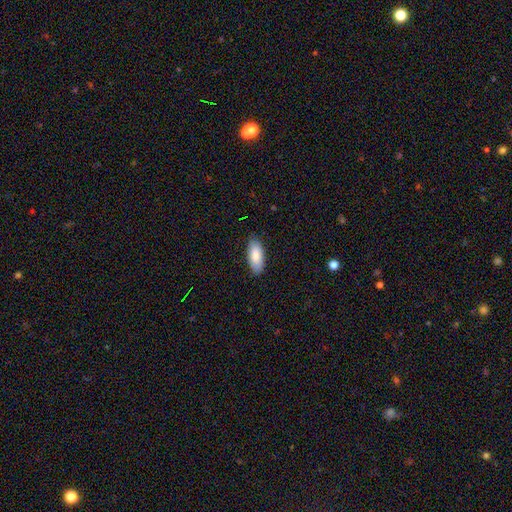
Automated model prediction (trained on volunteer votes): Q: Smooth or featured?
A: smooth (85%); runner-up: featured or disk (9%)
Q: How rounded?
A: in between (87%); runner-up: cigar-shaped (12%)
Q: Merging?
A: none (87%); runner-up: minor disturbance (10%)